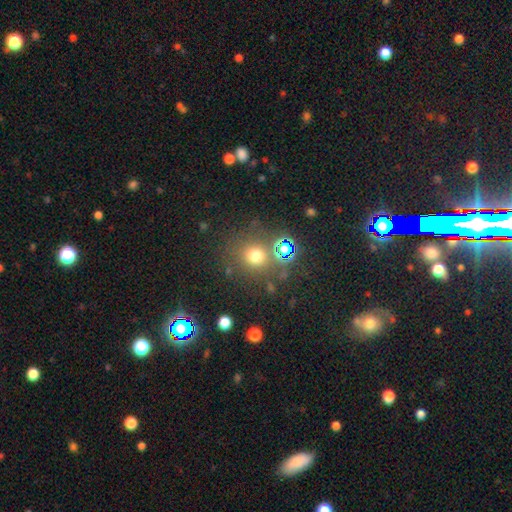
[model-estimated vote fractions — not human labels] A smooth galaxy with no disk features (68%) that is round (87%).

Vote fractions:
- Smooth or featured? smooth: 68% / star or artifact: 24% / featured or disk: 8%
- How rounded? round: 87% / in between: 12% / cigar-shaped: 1%
- Merging? none: 75% / minor disturbance: 10% / merger: 10% / major disturbance: 5%